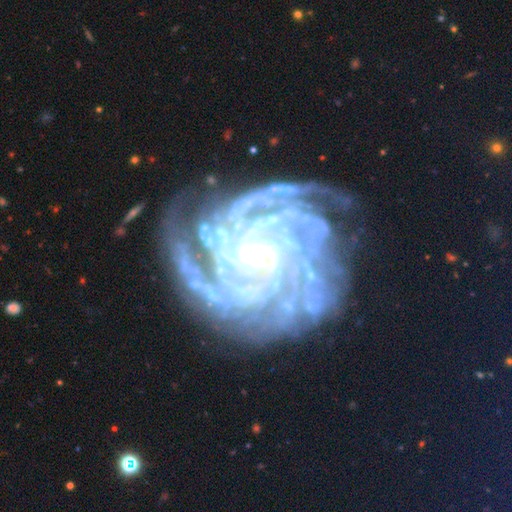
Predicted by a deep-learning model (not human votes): smooth_or_featured: featured or disk (p=0.91) [alt: star or artifact p=0.06]
disk_edge_on: no (p=0.98) [alt: yes p=0.02]
bar: no (p=0.52) [alt: weak p=0.31]
has_spiral_arms: yes (p=0.98) [alt: no p=0.02]
spiral_winding: tight (p=0.77) [alt: medium p=0.20]
spiral_arm_count: more than 4 (p=0.27) [alt: 4 p=0.23]
bulge_size: moderate (p=0.48) [alt: small p=0.45]
merging: none (p=0.74) [alt: minor disturbance p=0.17]